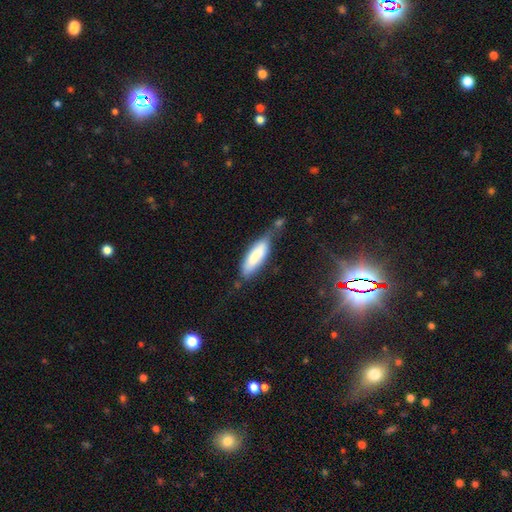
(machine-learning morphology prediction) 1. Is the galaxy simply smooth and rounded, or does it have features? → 79% smooth, 15% featured or disk, 6% star or artifact.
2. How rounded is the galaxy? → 51% in between, 48% cigar-shaped, 1% round.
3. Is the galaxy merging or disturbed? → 42% none, 34% minor disturbance, 13% major disturbance, 11% merger.